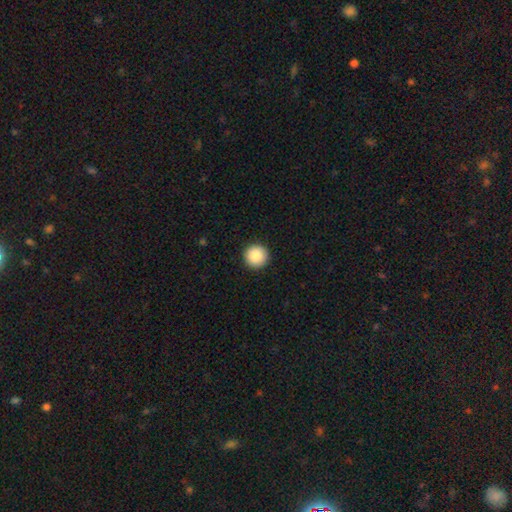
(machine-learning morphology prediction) Smooth or featured? Predicted: smooth (p=0.87). How rounded? Predicted: round (p=0.96). Merging? Predicted: none (p=0.93).